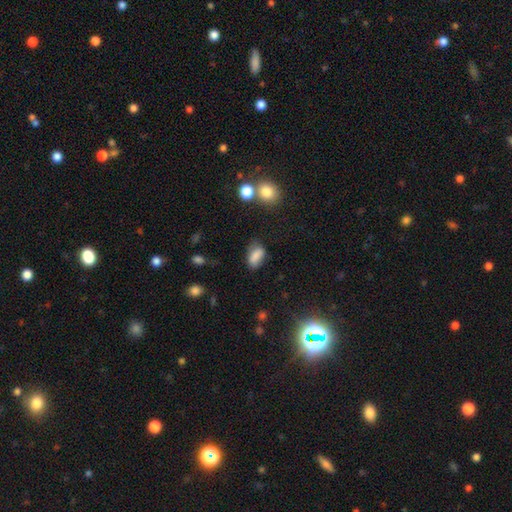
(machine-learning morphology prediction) Q: Smooth or featured?
A: smooth (80%); runner-up: star or artifact (10%)
Q: How rounded?
A: in between (86%); runner-up: cigar-shaped (7%)
Q: Merging?
A: none (65%); runner-up: minor disturbance (23%)